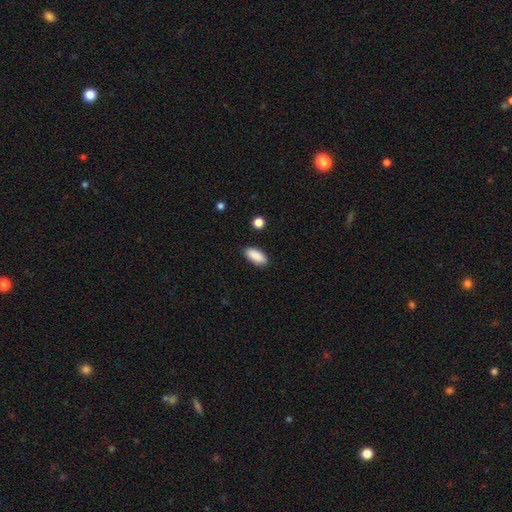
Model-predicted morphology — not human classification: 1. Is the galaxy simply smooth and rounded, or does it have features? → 90% smooth, 7% star or artifact, 3% featured or disk.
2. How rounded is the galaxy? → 87% in between, 11% cigar-shaped, 2% round.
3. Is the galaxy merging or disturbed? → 88% none, 8% minor disturbance, 2% major disturbance, 1% merger.